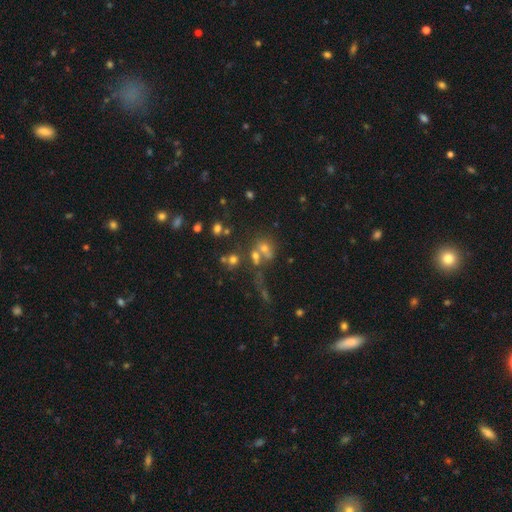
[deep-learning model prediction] star or artifact 46%, smooth 36%, featured or disk 18%.